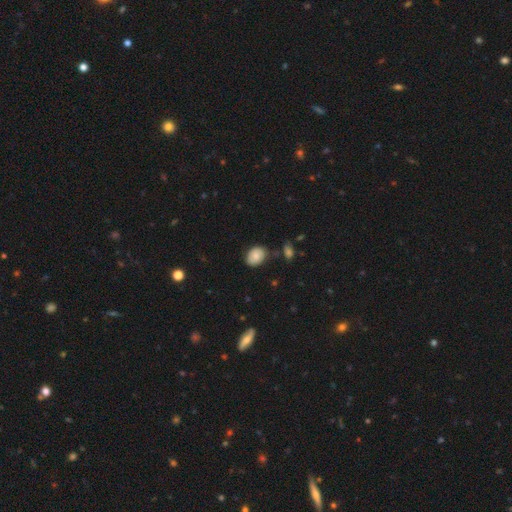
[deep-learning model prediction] smooth_or_featured: smooth (p=0.81) [alt: featured or disk p=0.11]
how_rounded: in between (p=0.70) [alt: round p=0.29]
merging: none (p=0.73) [alt: minor disturbance p=0.19]